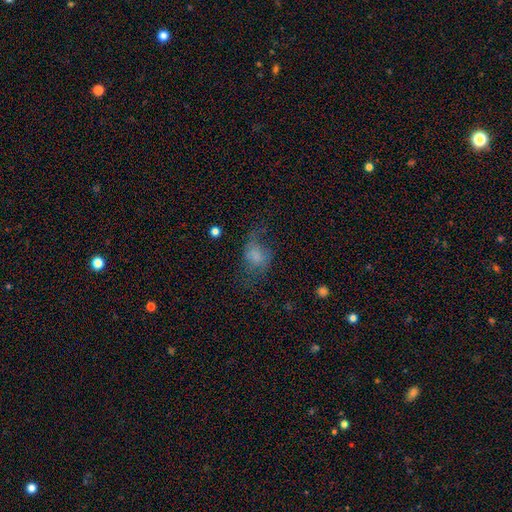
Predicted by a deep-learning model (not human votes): The model was most divided on "merging": none: 37%, major disturbance: 36%, minor disturbance: 24%, merger: 3%. More confident: how rounded — in between (66%); smooth or featured — smooth (56%).